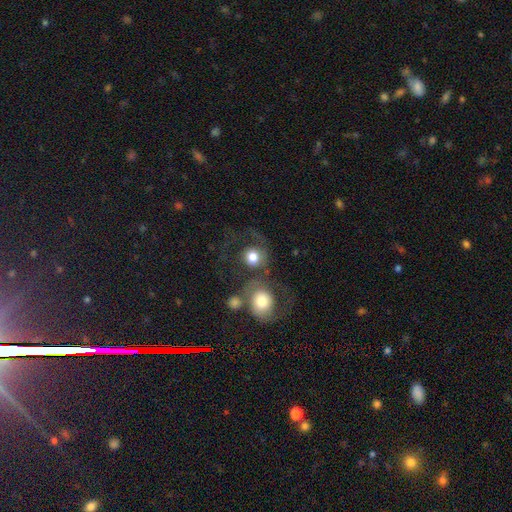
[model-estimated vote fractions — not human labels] This is likely a smooth galaxy (68%). How rounded: clearly round (83%). Merging: marginally merger (31%, tied with none).